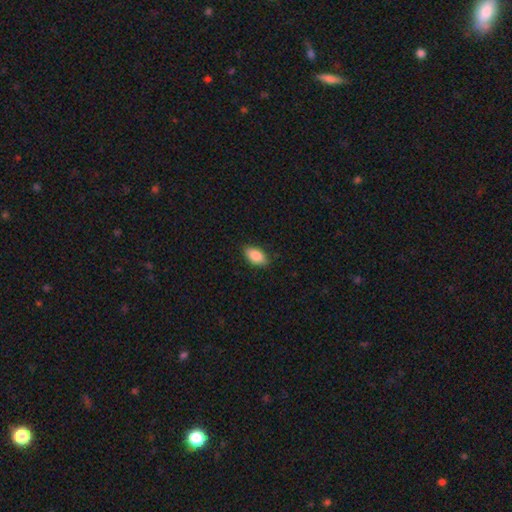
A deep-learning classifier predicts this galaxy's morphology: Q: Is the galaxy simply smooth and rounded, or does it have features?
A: smooth — 87%.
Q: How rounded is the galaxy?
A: in between — 92%.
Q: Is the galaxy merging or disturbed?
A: none — 85%.